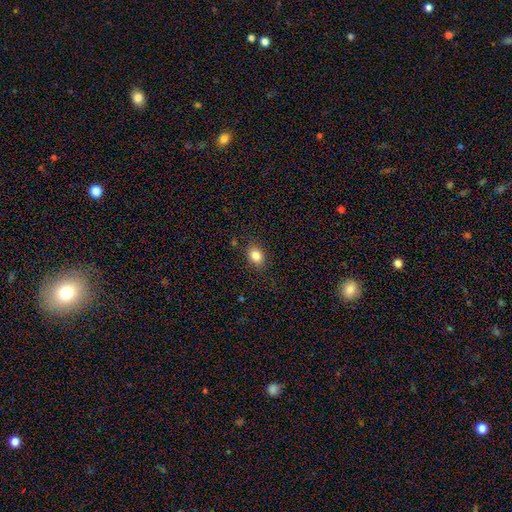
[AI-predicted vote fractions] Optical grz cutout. It shows a smooth galaxy with no disk features (83%) that is in between round and cigar-shaped (65%). Merging: none (84%).